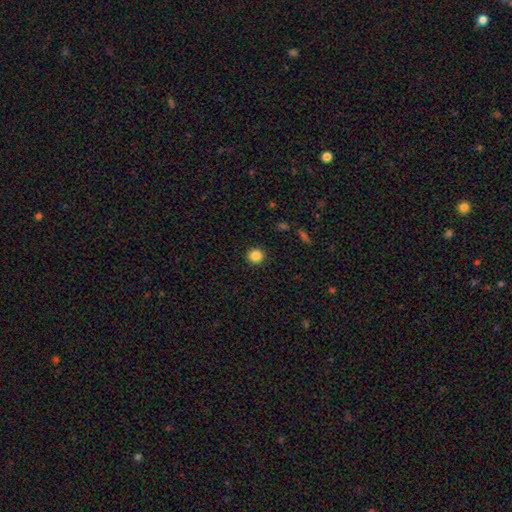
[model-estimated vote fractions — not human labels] smooth 86%, star or artifact 11%, featured or disk 4%. Down the decision tree: how rounded — round (92%); merging — none (92%).